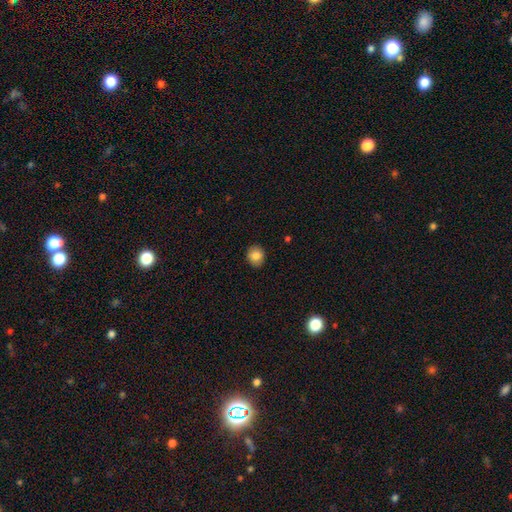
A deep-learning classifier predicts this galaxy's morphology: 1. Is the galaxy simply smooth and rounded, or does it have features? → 84% smooth, 9% star or artifact, 7% featured or disk.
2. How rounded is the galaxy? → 78% round, 21% in between, 1% cigar-shaped.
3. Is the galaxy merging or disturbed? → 89% none, 8% minor disturbance, 2% major disturbance, 1% merger.